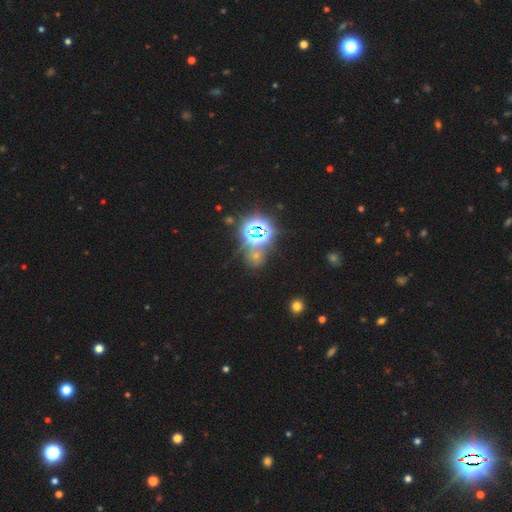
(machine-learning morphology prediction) type=star or artifact (72%).